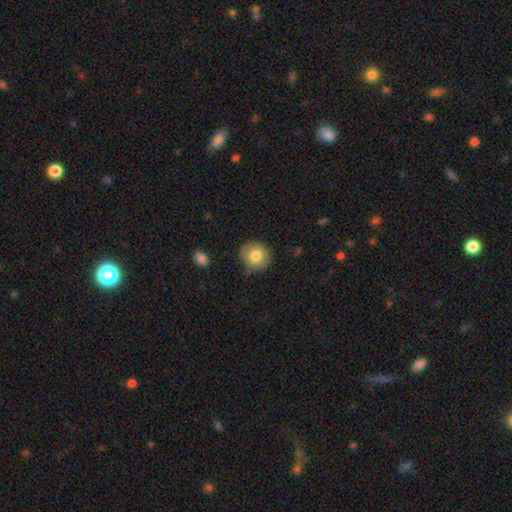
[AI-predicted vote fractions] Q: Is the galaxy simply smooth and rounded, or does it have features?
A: smooth — 78%.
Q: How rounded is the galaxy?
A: round — 86%.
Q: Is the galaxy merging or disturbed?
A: none — 83%.